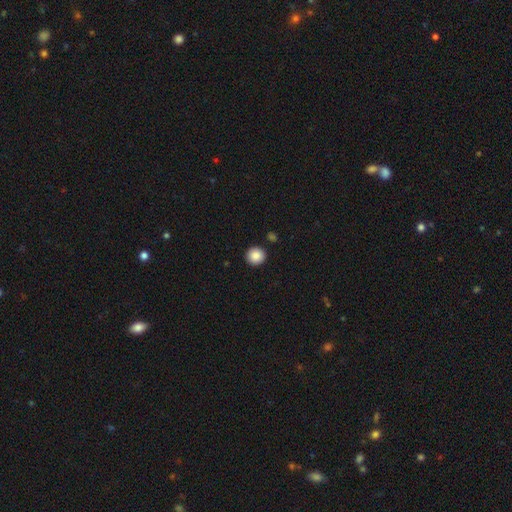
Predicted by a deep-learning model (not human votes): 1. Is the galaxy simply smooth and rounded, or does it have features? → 88% smooth, 8% star or artifact, 3% featured or disk.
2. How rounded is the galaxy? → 93% round, 6% in between, 1% cigar-shaped.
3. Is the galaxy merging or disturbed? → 91% none, 5% minor disturbance, 2% merger, 2% major disturbance.